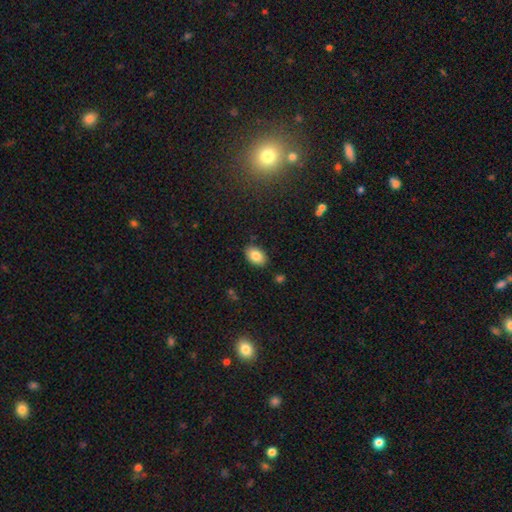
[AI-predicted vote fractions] A smooth galaxy with no disk features (84%) that is in between round and cigar-shaped (88%). Merging: none (86%).